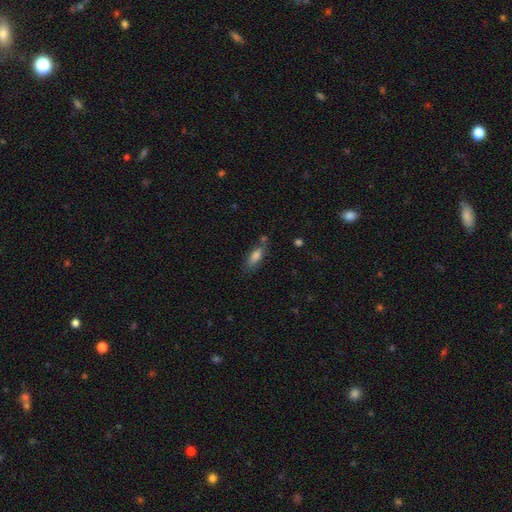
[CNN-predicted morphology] smooth_or_featured: smooth (p=0.75) [alt: featured or disk p=0.15]
how_rounded: in between (p=0.64) [alt: cigar-shaped p=0.33]
merging: none (p=0.66) [alt: minor disturbance p=0.19]